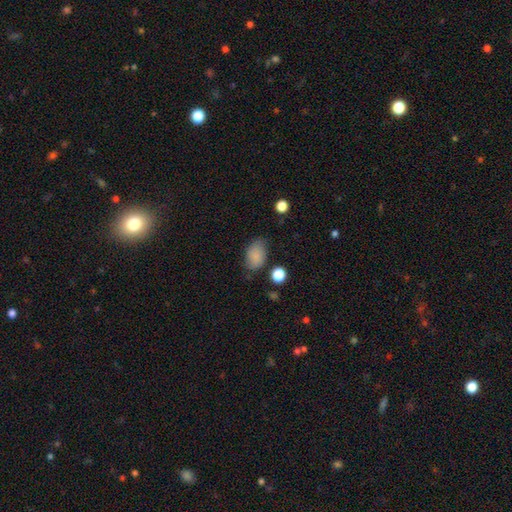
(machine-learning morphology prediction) A smooth galaxy with no disk features (86%) that is in between round and cigar-shaped (88%). Merging: none (71%).